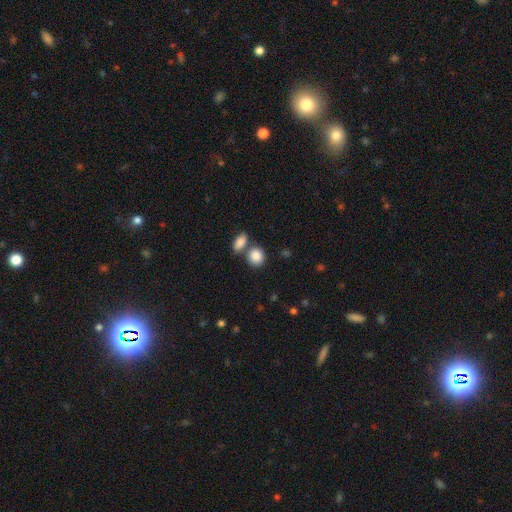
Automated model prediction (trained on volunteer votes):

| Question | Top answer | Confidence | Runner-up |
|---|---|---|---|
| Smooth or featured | smooth | 87% | star or artifact (8%) |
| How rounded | round | 63% | in between (36%) |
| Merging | none | 54% | merger (33%) |